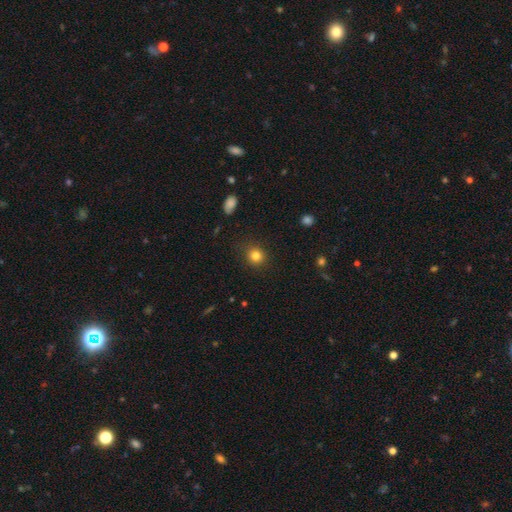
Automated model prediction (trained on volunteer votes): Smooth or featured?
  - smooth: 82% *
  - star or artifact: 12%
  - featured or disk: 6%
How rounded?
  - round: 83% *
  - in between: 16%
  - cigar-shaped: 1%
Merging?
  - none: 86% *
  - minor disturbance: 9%
  - major disturbance: 3%
  - merger: 1%